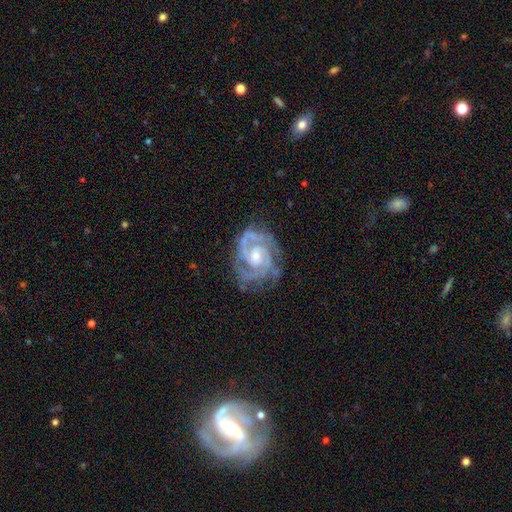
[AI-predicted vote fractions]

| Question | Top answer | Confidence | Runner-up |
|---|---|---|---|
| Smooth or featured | featured or disk | 92% | star or artifact (5%) |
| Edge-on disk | no | 98% | yes (2%) |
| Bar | no | 56% | weak (35%) |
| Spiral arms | yes | 98% | no (2%) |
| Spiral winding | tight | 64% | medium (32%) |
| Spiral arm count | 2 | 54% | 3 (26%) |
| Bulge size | moderate | 47% | small (46%) |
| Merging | none | 72% | minor disturbance (19%) |